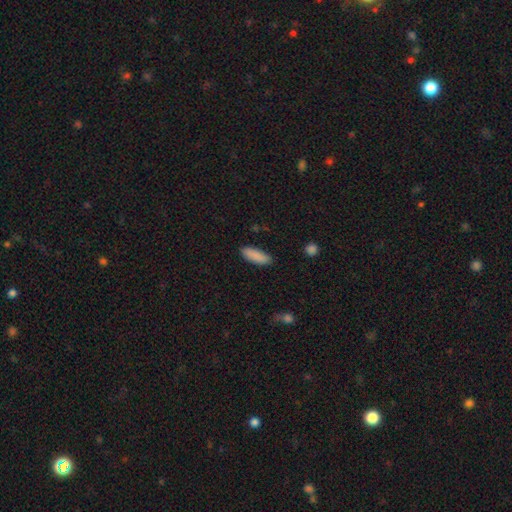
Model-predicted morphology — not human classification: smooth-or-featured: smooth: 89% | star or artifact: 6% | featured or disk: 5%
  how-rounded: in between: 63% | cigar-shaped: 36% | round: 2%
  merging: none: 87% | minor disturbance: 9% | major disturbance: 2% | merger: 1%